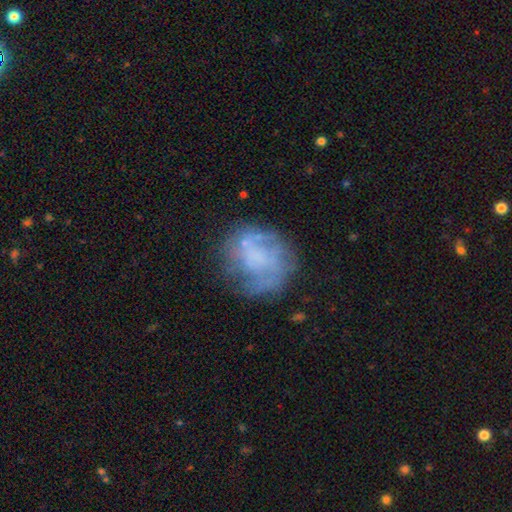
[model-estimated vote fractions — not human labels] smooth-or-featured: featured or disk: 58% | smooth: 31% | star or artifact: 11%
  disk-edge-on: no: 98% | yes: 2%
    bar: no: 79% | weak: 17% | strong: 4%
    has-spiral-arms: no: 52% | yes: 48%
    bulge-size: none: 66% | small: 14% | moderate: 12% | large: 6% | dominant: 2%
  merging: none: 58% | minor disturbance: 21% | major disturbance: 17% | merger: 4%